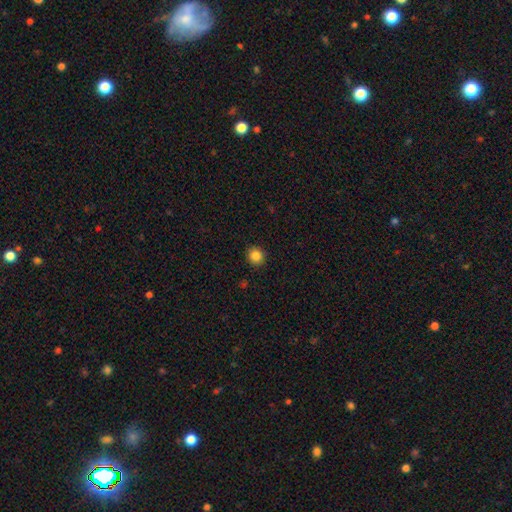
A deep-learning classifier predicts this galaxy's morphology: type=smooth (84%); roundness=round (91%); merging=none (92%).